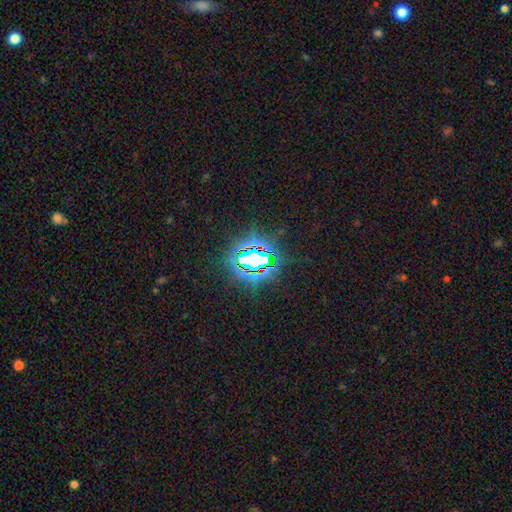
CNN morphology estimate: A star or artifact, not a galaxy (81%).

Vote fractions:
- Smooth or featured? star or artifact: 81% / smooth: 11% / featured or disk: 8%